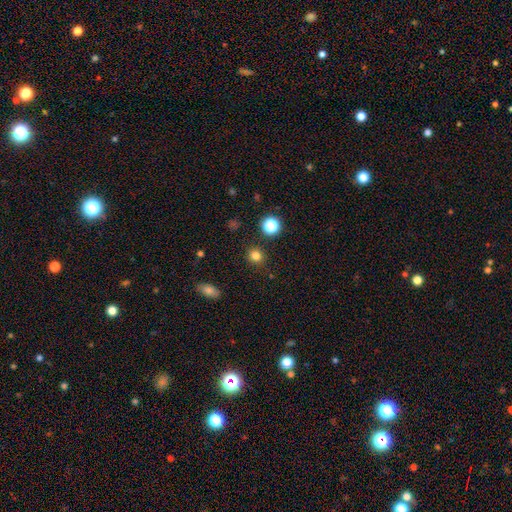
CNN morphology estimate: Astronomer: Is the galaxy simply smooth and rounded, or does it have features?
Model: smooth — 81%.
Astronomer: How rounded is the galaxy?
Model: round — 84%.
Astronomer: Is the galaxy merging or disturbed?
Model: none — 89%.